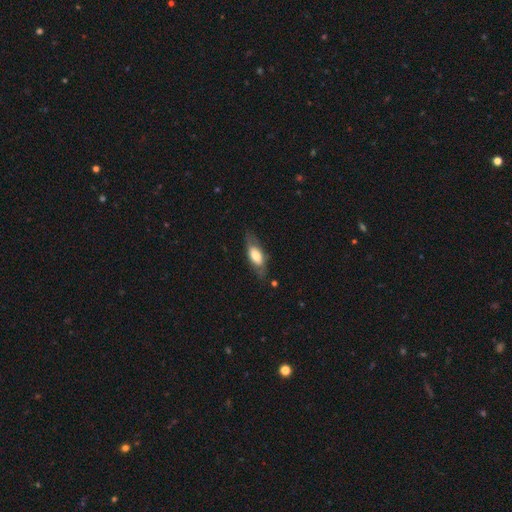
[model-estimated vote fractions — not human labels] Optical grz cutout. It shows a smooth galaxy with no disk features (56%) that is in between round and cigar-shaped (75%). Merging: none (71%).